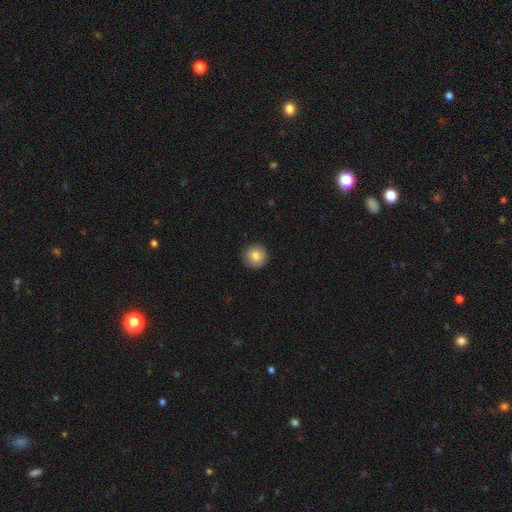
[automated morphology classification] smooth_or_featured: smooth (p=0.84) [alt: featured or disk p=0.08]
how_rounded: round (p=0.96) [alt: in between p=0.04]
merging: none (p=0.91) [alt: minor disturbance p=0.07]